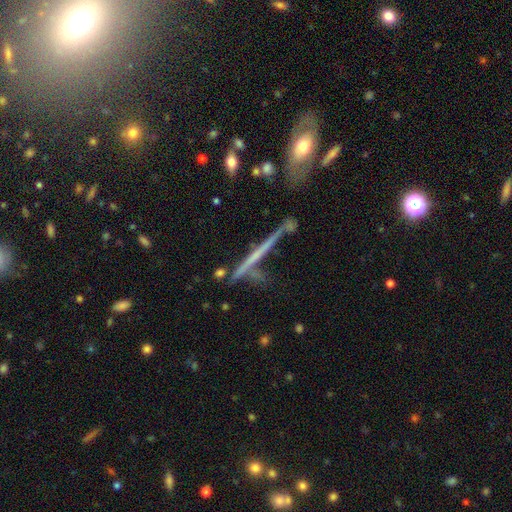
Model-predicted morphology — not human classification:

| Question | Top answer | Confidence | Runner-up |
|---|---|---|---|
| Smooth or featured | featured or disk | 65% | smooth (23%) |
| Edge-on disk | yes | 93% | no (7%) |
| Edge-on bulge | none | 70% | rounded (22%) |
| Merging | none | 64% | minor disturbance (16%) |